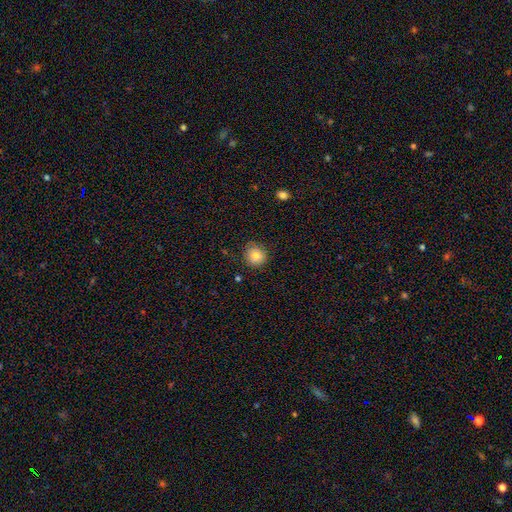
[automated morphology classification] Smooth or featured? smooth (82%)
How rounded? round (88%)
Merging? none (82%)